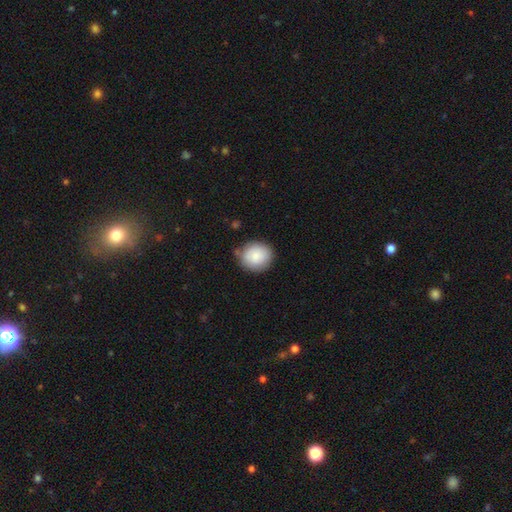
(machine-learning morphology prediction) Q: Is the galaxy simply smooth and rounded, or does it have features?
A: smooth — 85%.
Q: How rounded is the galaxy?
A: round — 81%.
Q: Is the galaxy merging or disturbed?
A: none — 80%.